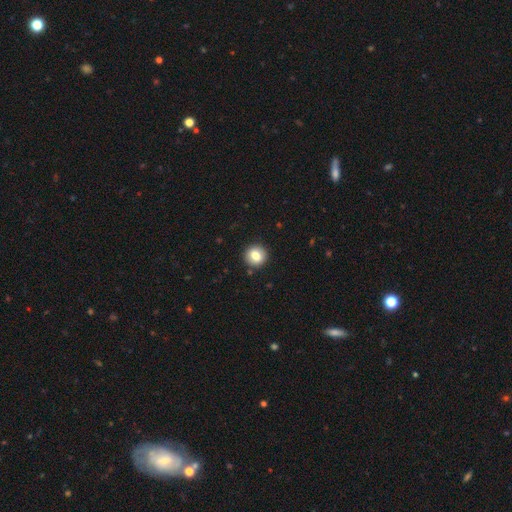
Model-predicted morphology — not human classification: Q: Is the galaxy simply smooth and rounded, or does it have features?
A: smooth — 81%.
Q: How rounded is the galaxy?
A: round — 89%.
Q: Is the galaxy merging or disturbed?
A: none — 91%.